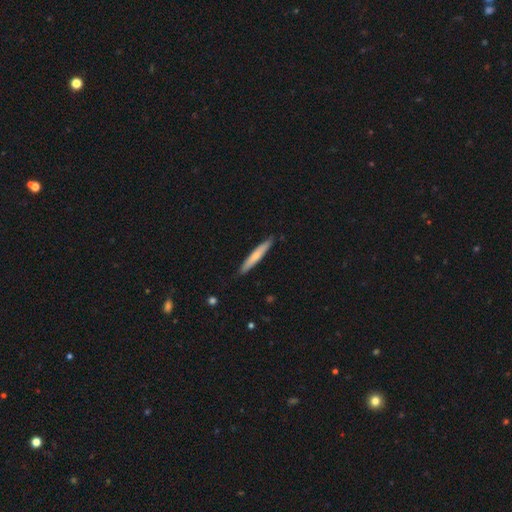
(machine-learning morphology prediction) This is likely a smooth galaxy (63%). How rounded: clearly cigar-shaped (94%). Merging: clearly none (89%).